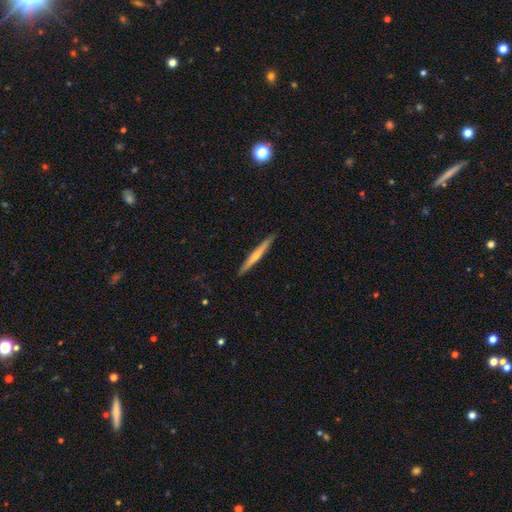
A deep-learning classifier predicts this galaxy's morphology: type=smooth (48%); merging=none (91%).